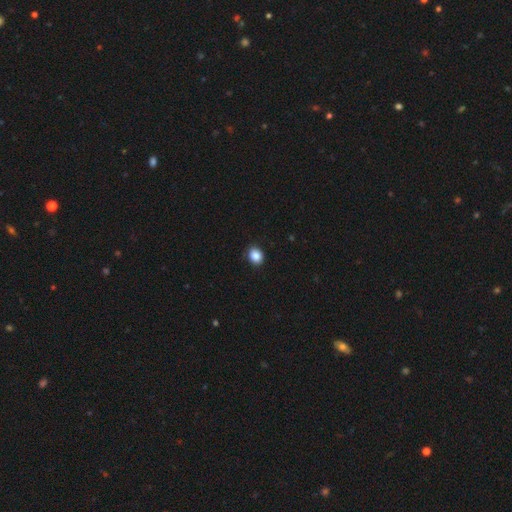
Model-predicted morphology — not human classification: smooth 87%, star or artifact 9%, featured or disk 4%. Down the decision tree: how rounded — round (55%); merging — none (89%).